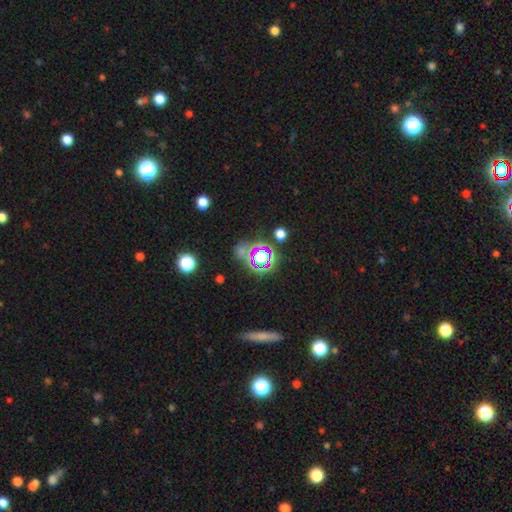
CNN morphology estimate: Q: Smooth or featured?
A: star or artifact (62%); runner-up: smooth (24%)